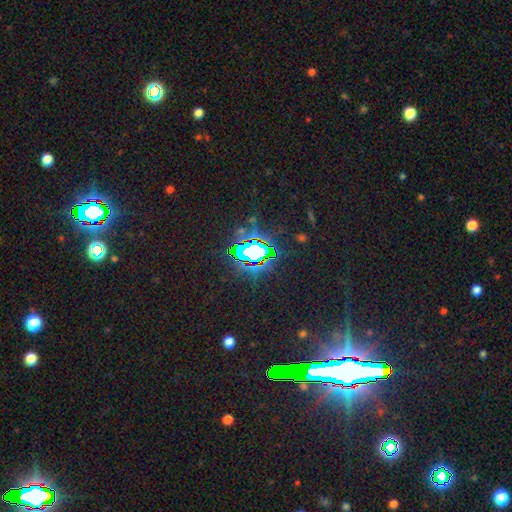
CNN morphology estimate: This appears to be a star or artifact, not a galaxy (74%).